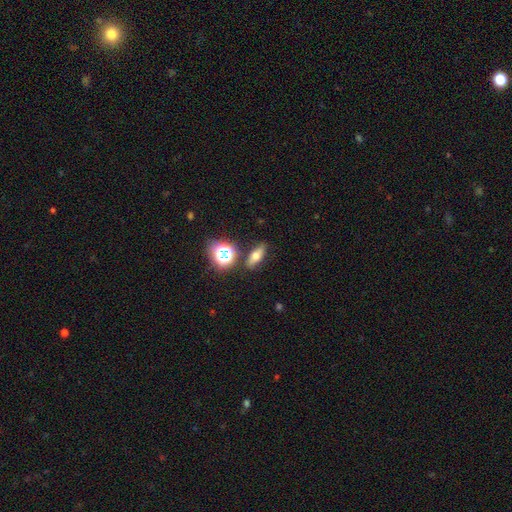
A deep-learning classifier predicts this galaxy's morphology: Smooth or featured? smooth (56%)
How rounded? in between (55%)
Merging? none (81%)